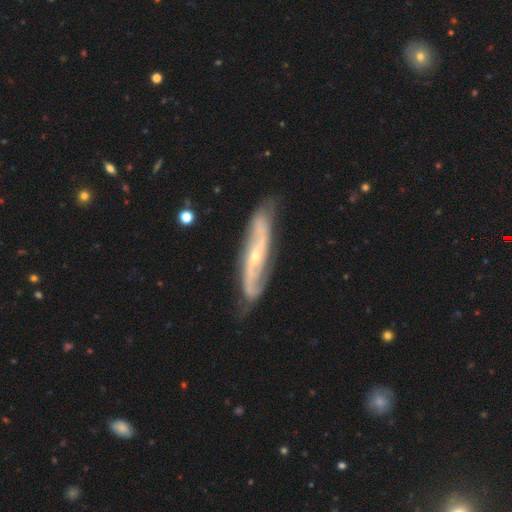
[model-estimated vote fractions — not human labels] Smooth or featured? Predicted: featured or disk (p=0.85). Edge-on disk? Predicted: no (p=0.79). Bar? Predicted: no (p=0.47). Spiral arms? Predicted: yes (p=0.95). Spiral winding? Predicted: medium (p=0.41). Spiral arm count? Predicted: 2 (p=0.83). Bulge size? Predicted: small (p=0.71). Merging? Predicted: none (p=0.77).